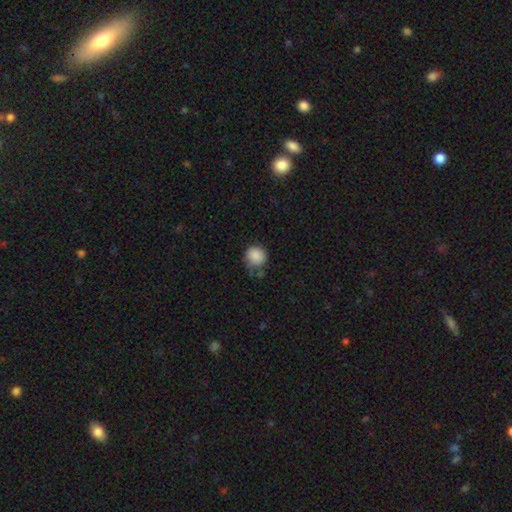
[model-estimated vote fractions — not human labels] smooth_or_featured: smooth (p=0.87) [alt: star or artifact p=0.08]
how_rounded: round (p=0.86) [alt: in between p=0.13]
merging: none (p=0.60) [alt: minor disturbance p=0.25]